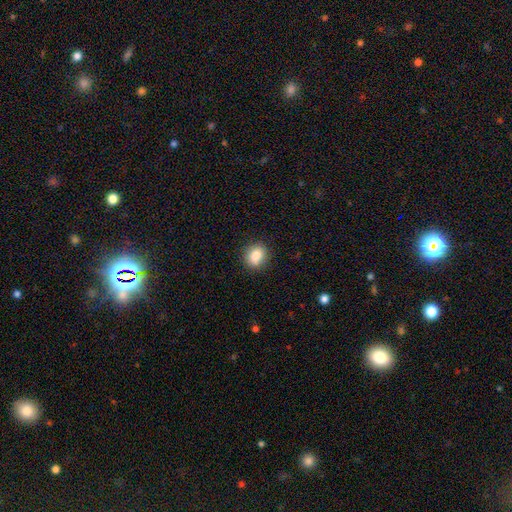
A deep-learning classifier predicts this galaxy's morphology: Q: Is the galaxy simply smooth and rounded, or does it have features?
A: smooth — 85%.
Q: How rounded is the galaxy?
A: round — 62%.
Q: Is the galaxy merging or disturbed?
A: none — 87%.